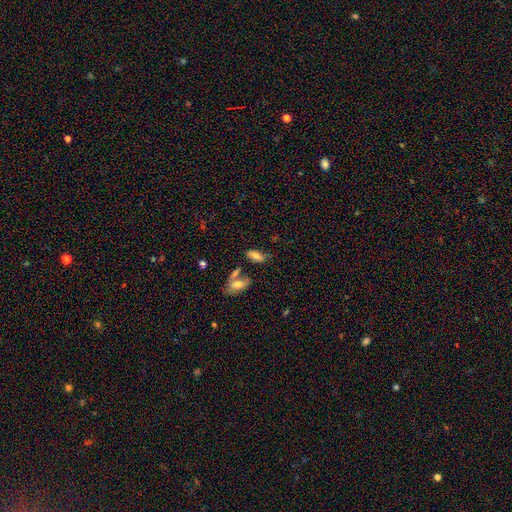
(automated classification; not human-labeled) This appears to be a smooth galaxy with no disk features (71%) that is in between round and cigar-shaped (81%). Merging: none (59%).